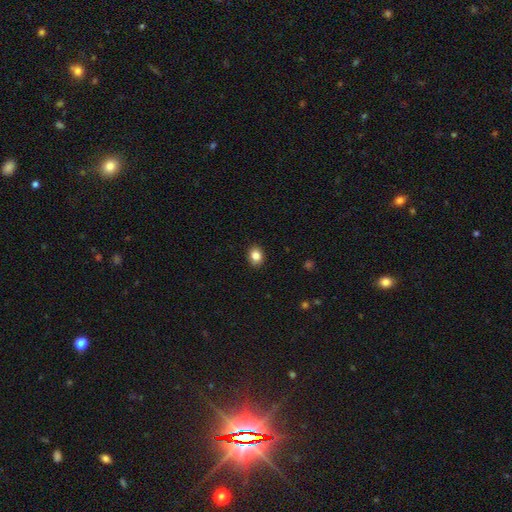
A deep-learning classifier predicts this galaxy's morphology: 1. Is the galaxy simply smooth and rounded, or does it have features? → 85% smooth, 10% star or artifact, 6% featured or disk.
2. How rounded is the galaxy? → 51% in between, 48% round, 1% cigar-shaped.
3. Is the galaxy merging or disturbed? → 90% none, 7% minor disturbance, 2% major disturbance, 1% merger.